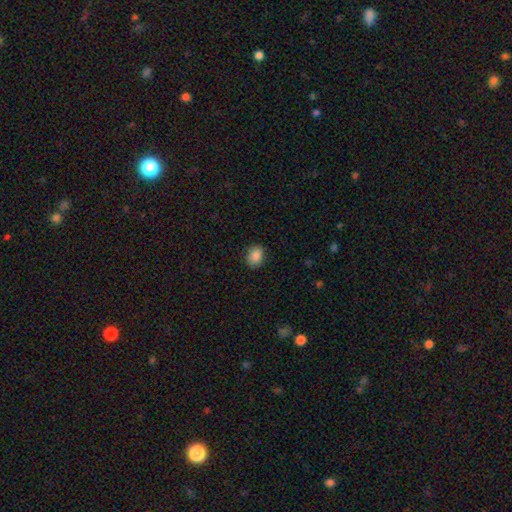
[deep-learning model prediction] smooth 86%, star or artifact 9%, featured or disk 5%. Down the decision tree: how rounded — in between (51%); merging — none (86%).